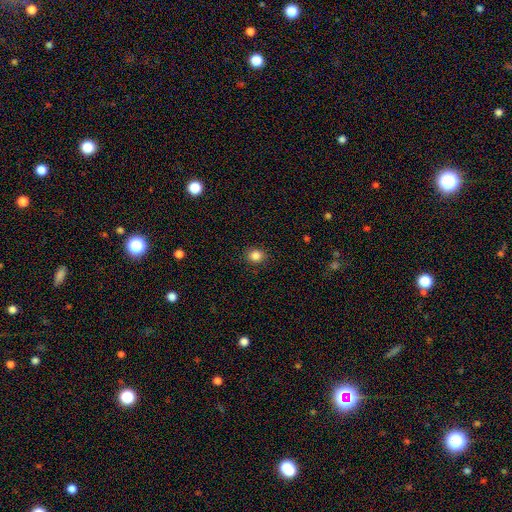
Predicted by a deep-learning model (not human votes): smooth_or_featured: smooth (p=0.85) [alt: star or artifact p=0.11]
how_rounded: round (p=0.71) [alt: in between p=0.28]
merging: none (p=0.89) [alt: minor disturbance p=0.08]